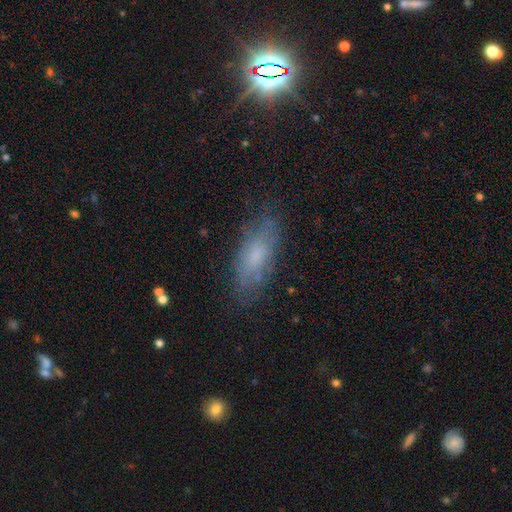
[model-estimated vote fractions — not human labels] Smooth or featured? Predicted: smooth (p=0.61). How rounded? Predicted: in between (p=0.71). Merging? Predicted: none (p=0.76).